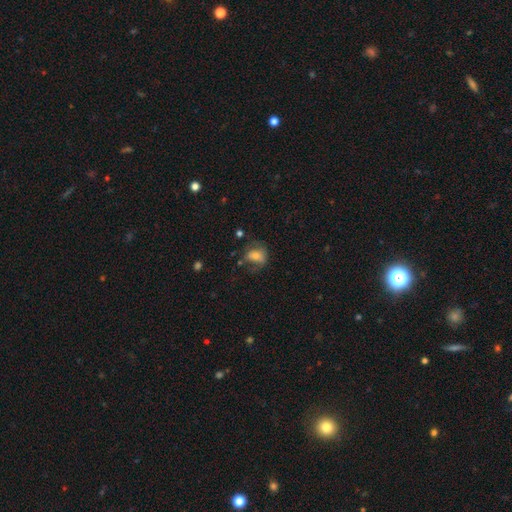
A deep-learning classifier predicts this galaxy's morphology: A smooth galaxy with no disk features (62%) that is in between round and cigar-shaped (58%).

Vote fractions:
- Smooth or featured? smooth: 62% / featured or disk: 28% / star or artifact: 10%
- How rounded? in between: 58% / round: 41% / cigar-shaped: 1%
- Merging? none: 47% / minor disturbance: 25% / major disturbance: 23% / merger: 4%